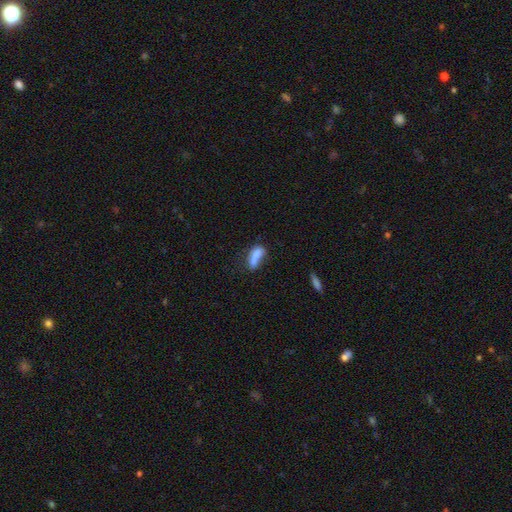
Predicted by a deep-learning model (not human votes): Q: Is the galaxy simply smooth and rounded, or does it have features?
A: smooth — 72%.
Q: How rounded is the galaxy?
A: in between — 67%.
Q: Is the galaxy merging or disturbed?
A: merger — 35%.